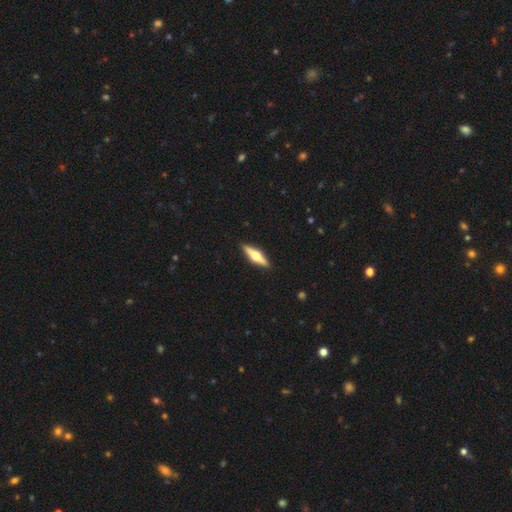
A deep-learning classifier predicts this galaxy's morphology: smooth_or_featured: featured or disk (p=0.59) [alt: smooth p=0.36]
disk_edge_on: yes (p=0.96) [alt: no p=0.04]
edge_on_bulge: rounded (p=0.94) [alt: boxy p=0.04]
merging: none (p=0.91) [alt: minor disturbance p=0.07]